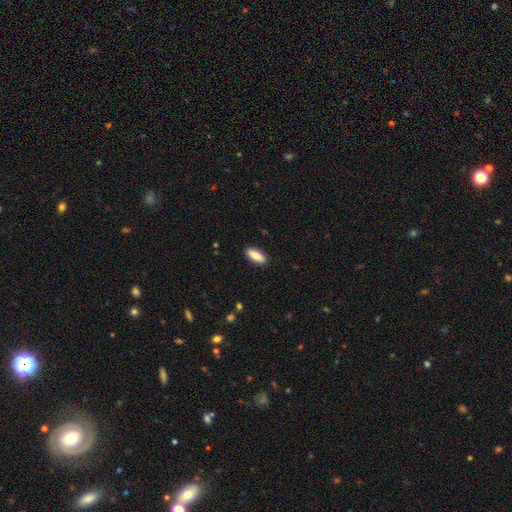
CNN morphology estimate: This is clearly a smooth galaxy (88%). How rounded: likely in between (73%). Merging: clearly none (90%).